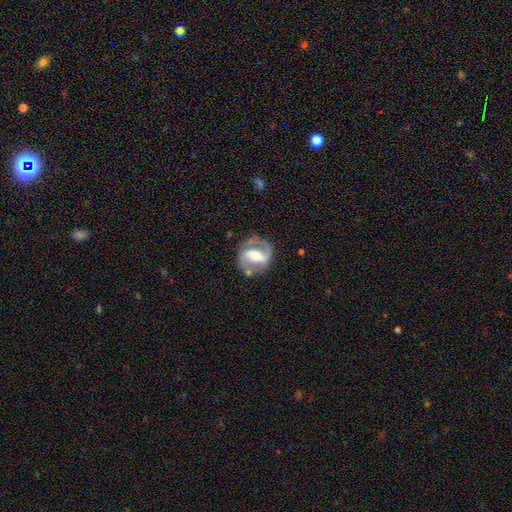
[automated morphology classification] This is clearly a featured or disk galaxy (81%). It is clearly not viewed edge-on (97%). Bar: possibly strong (48%). Spiral arm pattern: clearly yes (86%). Spiral arm count: clearly 2 (80%). Spiral winding: possibly medium (50%). Central bulge: likely moderate (64%). Merging: likely none (70%).